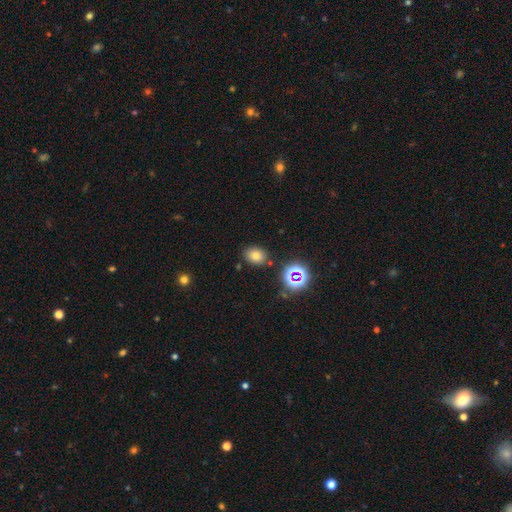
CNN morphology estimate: A smooth galaxy with no disk features (73%) that is in between round and cigar-shaped (62%).

Vote fractions:
- Smooth or featured? smooth: 73% / star or artifact: 18% / featured or disk: 9%
- How rounded? in between: 62% / round: 37% / cigar-shaped: 1%
- Merging? none: 83% / minor disturbance: 10% / merger: 4% / major disturbance: 3%